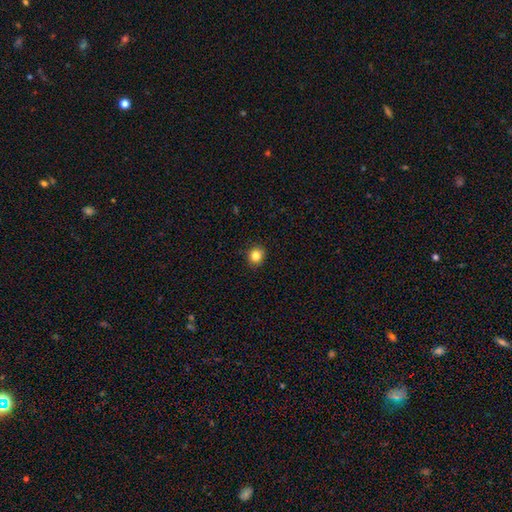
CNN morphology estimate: smooth 84%, star or artifact 11%, featured or disk 5%. Down the decision tree: how rounded — round (86%); merging — none (92%).